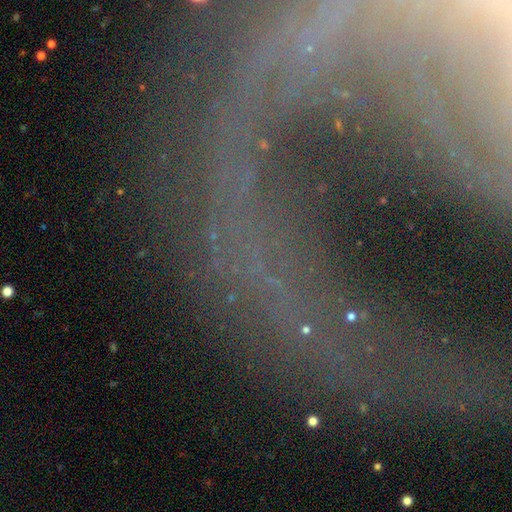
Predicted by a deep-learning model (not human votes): smooth_or_featured: featured or disk (p=0.50) [alt: star or artifact p=0.34]
disk_edge_on: no (p=0.74) [alt: yes p=0.26]
merging: none (p=0.58) [alt: major disturbance p=0.17]